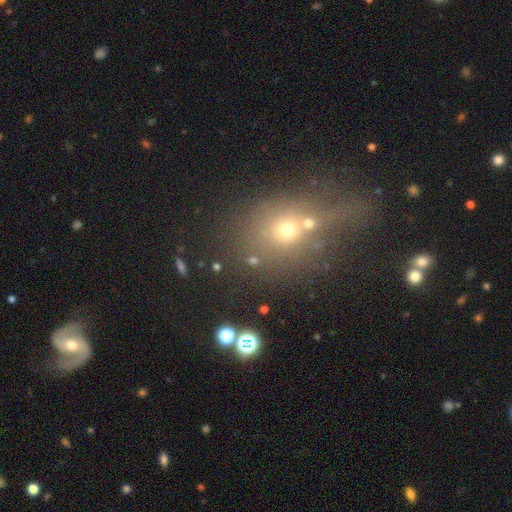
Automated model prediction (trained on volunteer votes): This appears to be a smooth galaxy with no disk features (54%) that is round (58%). Merging: none (42%).